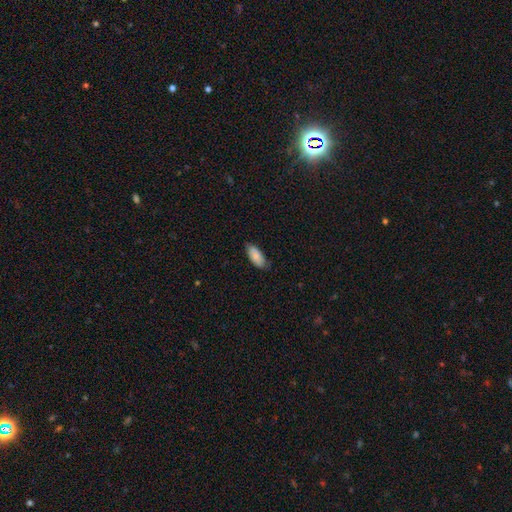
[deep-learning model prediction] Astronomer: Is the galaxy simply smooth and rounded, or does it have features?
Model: smooth — 82%.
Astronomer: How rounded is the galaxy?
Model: in between — 88%.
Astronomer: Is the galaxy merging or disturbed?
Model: none — 78%.